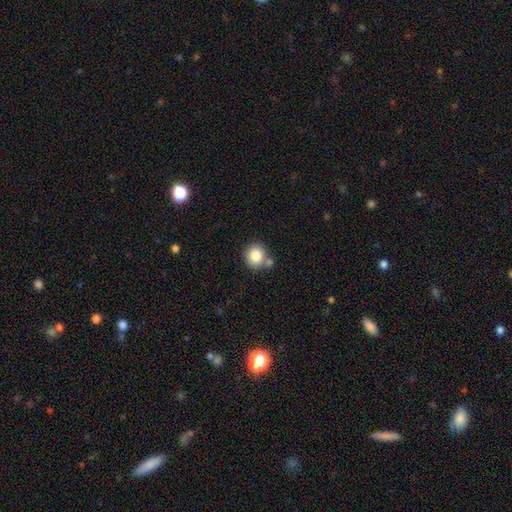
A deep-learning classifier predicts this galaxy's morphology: smooth_or_featured: smooth (p=0.83) [alt: star or artifact p=0.10]
how_rounded: round (p=0.85) [alt: in between p=0.14]
merging: none (p=0.68) [alt: merger p=0.19]